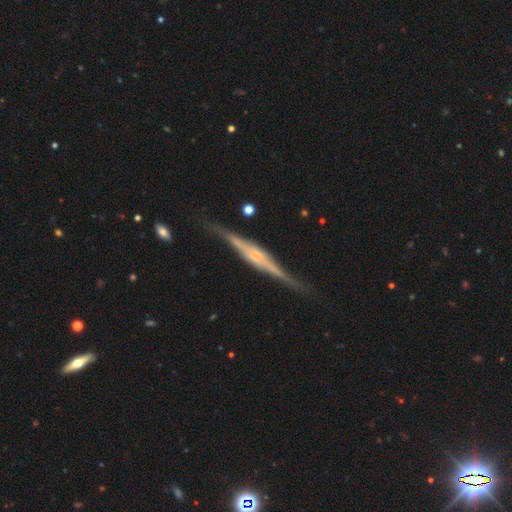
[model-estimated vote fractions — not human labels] A featured or disk galaxy (85%) viewed edge-on (97%) with a rounded central bulge (47%). Merging: none (83%).